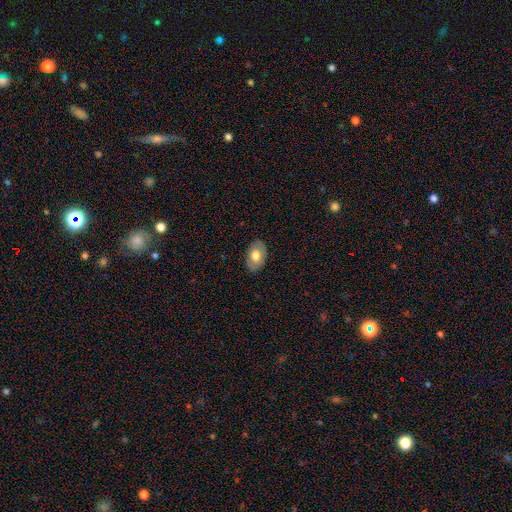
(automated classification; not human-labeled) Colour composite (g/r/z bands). It shows a smooth galaxy with no disk features (62%) that is in between round and cigar-shaped (86%). Merging: none (84%).